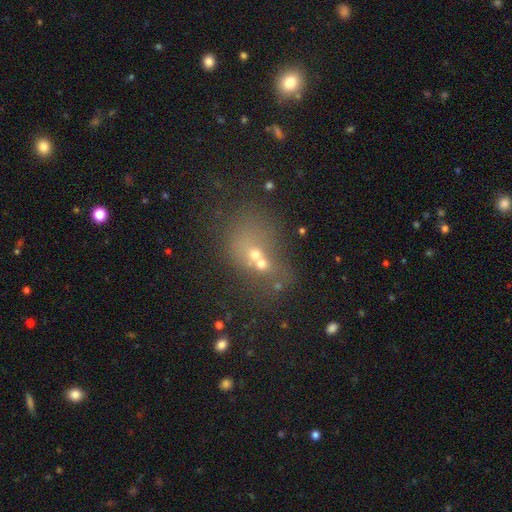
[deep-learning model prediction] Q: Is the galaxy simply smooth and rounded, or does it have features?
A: smooth — 48%.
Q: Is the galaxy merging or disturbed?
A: merger — 64%.